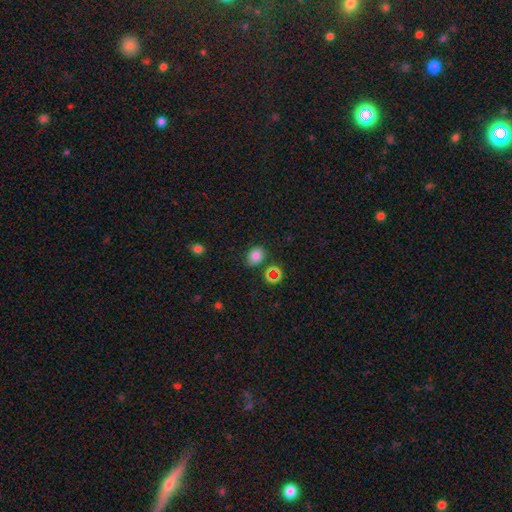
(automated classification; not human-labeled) Smooth or featured? smooth (79%)
How rounded? in between (51%)
Merging? none (78%)